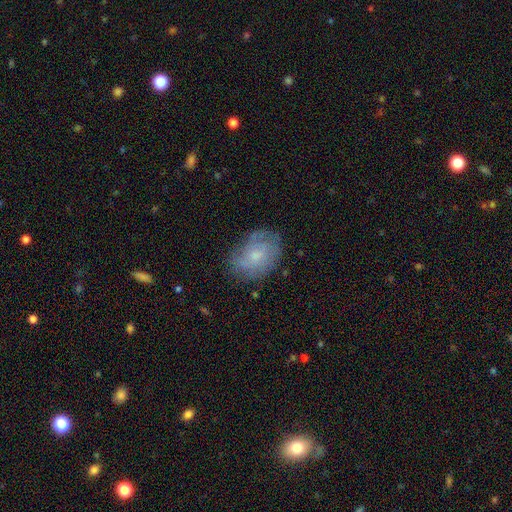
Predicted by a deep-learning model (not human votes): The model was most divided on "smooth or featured": smooth: 46%, featured or disk: 45%, star or artifact: 8%. More confident: merging — none (67%).